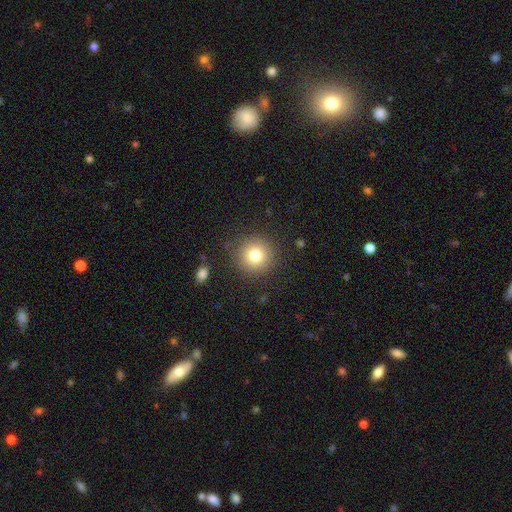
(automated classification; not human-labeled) smooth_or_featured: smooth (p=0.80) [alt: star or artifact p=0.12]
how_rounded: round (p=0.94) [alt: in between p=0.05]
merging: none (p=0.90) [alt: minor disturbance p=0.06]